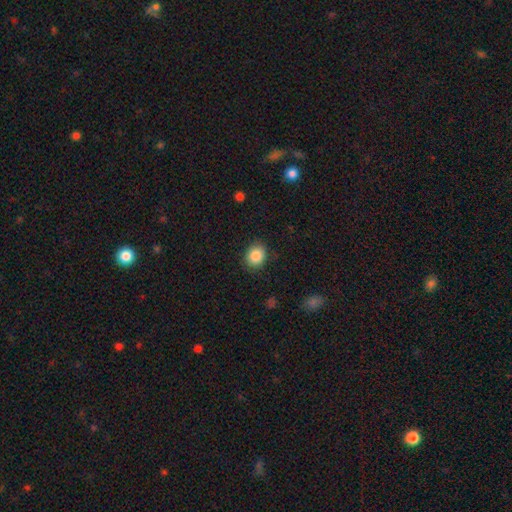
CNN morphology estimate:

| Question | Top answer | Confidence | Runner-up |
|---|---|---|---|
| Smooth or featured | smooth | 86% | star or artifact (9%) |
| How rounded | round | 60% | in between (39%) |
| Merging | none | 86% | minor disturbance (10%) |